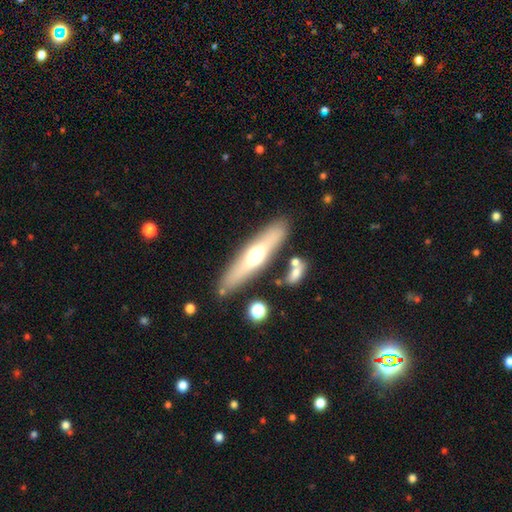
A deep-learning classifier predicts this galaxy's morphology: Smooth or featured?
  - featured or disk: 51% *
  - smooth: 43%
  - star or artifact: 6%
Edge-on disk?
  - yes: 85% *
  - no: 15%
Merging?
  - none: 82% *
  - minor disturbance: 10%
  - merger: 5%
  - major disturbance: 3%